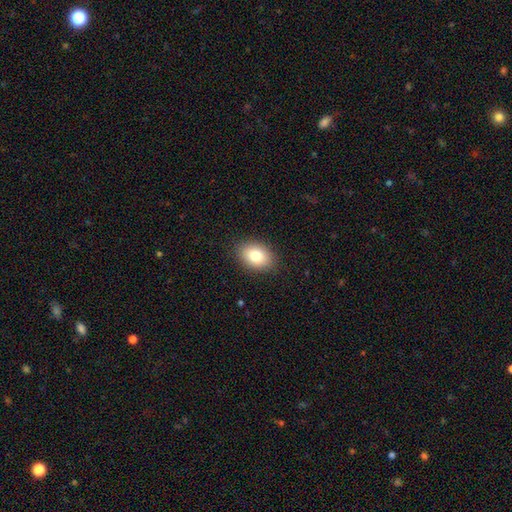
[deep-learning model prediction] Smooth or featured?
  - smooth: 81% *
  - featured or disk: 11%
  - star or artifact: 9%
How rounded?
  - in between: 80% *
  - round: 19%
  - cigar-shaped: 1%
Merging?
  - none: 88% *
  - minor disturbance: 9%
  - major disturbance: 2%
  - merger: 1%